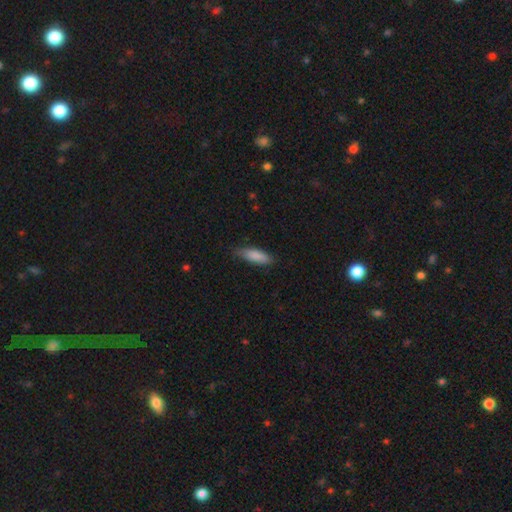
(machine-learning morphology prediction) smooth-or-featured: smooth: 86% | featured or disk: 8% | star or artifact: 6%
  how-rounded: in between: 57% | cigar-shaped: 42% | round: 2%
  merging: none: 72% | minor disturbance: 23% | major disturbance: 4% | merger: 1%